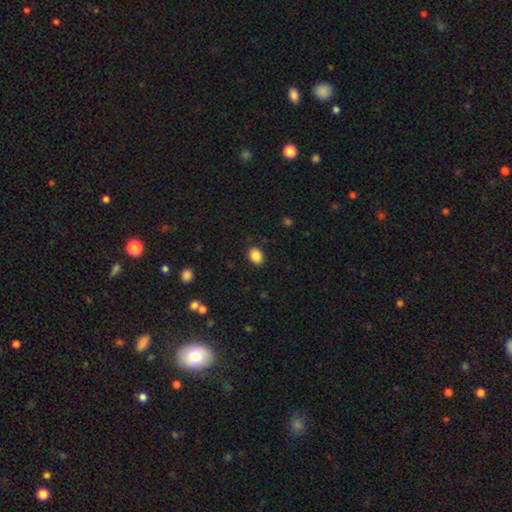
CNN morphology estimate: Smooth or featured: smooth — 87% (star or artifact — 9%)
How rounded: in between — 64% (round — 35%)
Merging: none — 87% (minor disturbance — 9%)